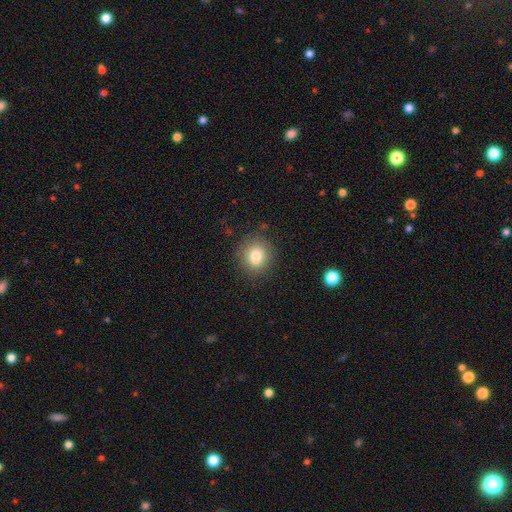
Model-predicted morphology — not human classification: smooth 76%, featured or disk 13%, star or artifact 11%. Down the decision tree: how rounded — round (82%); merging — none (72%).